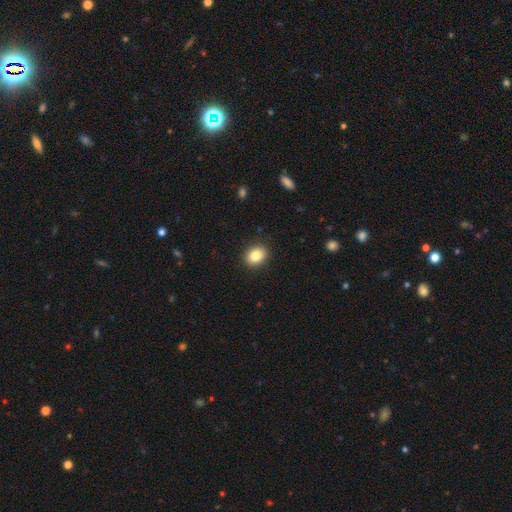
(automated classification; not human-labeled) The model was most divided on "how rounded": in between: 52%, round: 47%, cigar-shaped: 1%. More confident: merging — none (90%); smooth or featured — smooth (84%).